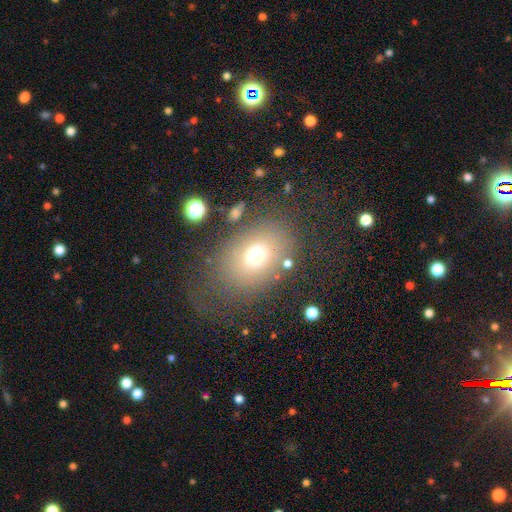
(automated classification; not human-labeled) Smooth or featured: smooth — 65% (featured or disk — 21%)
How rounded: in between — 69% (round — 30%)
Merging: none — 60% (minor disturbance — 19%)